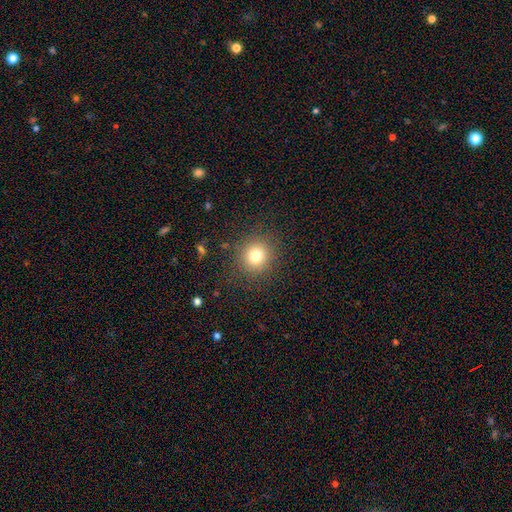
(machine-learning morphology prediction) This appears to be a smooth galaxy with no disk features (78%) that is round (87%). Merging: none (87%).